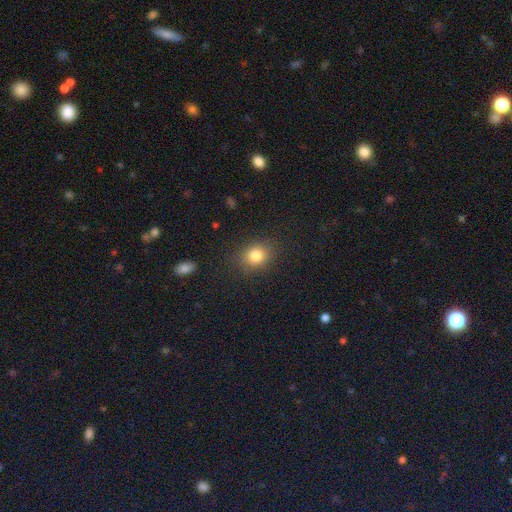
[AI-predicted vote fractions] Morphology: type=smooth (81%); roundness=round (55%); merging=none (84%).